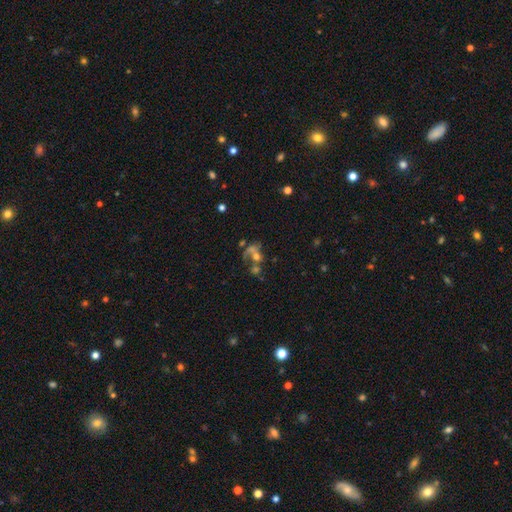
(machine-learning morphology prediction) featured or disk 42%, smooth 35%, star or artifact 23%. Down the decision tree: merging — merger (45%).